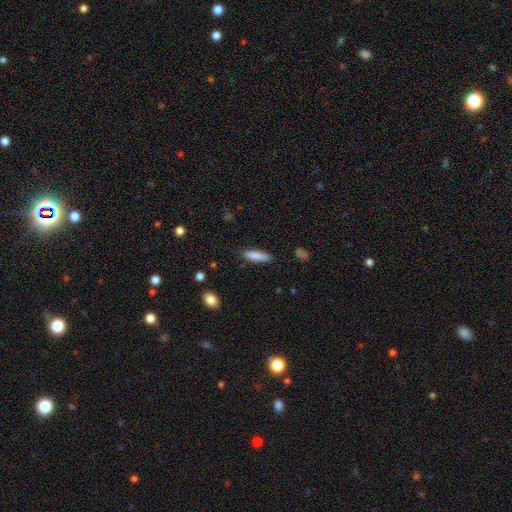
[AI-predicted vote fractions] A smooth galaxy with no disk features (87%) that is cigar-shaped (50%). Merging: none (82%).